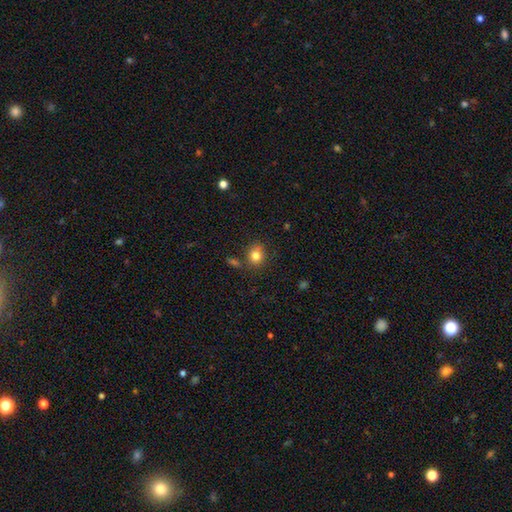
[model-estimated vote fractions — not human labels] Smooth or featured: smooth — 81% (star or artifact — 11%)
How rounded: round — 65% (in between — 33%)
Merging: none — 75% (minor disturbance — 14%)